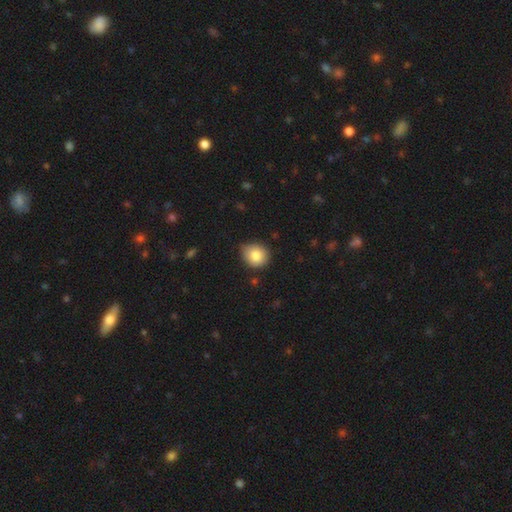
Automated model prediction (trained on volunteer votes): smooth_or_featured: smooth (p=0.83) [alt: star or artifact p=0.09]
how_rounded: round (p=0.78) [alt: in between p=0.21]
merging: none (p=0.77) [alt: minor disturbance p=0.19]